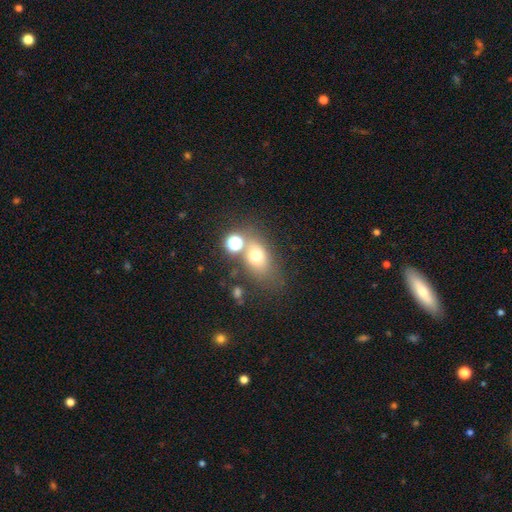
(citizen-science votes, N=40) Overall: smooth (85%). How rounded: in between (74%). Merging: none (45%; major disturbance 24%).